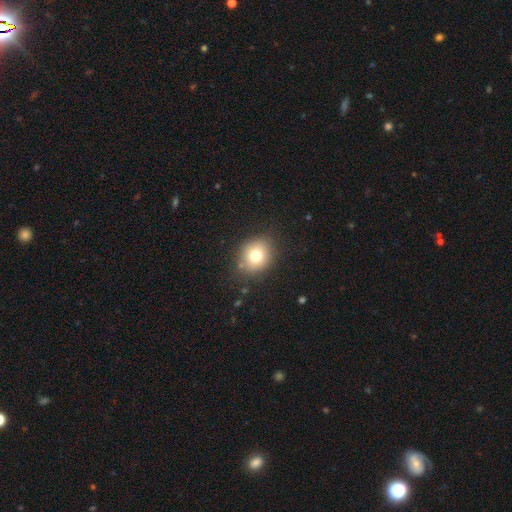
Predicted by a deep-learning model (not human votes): Smooth or featured?
  - smooth: 75% *
  - star or artifact: 13%
  - featured or disk: 12%
How rounded?
  - round: 67% *
  - in between: 33%
  - cigar-shaped: 1%
Merging?
  - none: 84% *
  - minor disturbance: 11%
  - major disturbance: 4%
  - merger: 2%